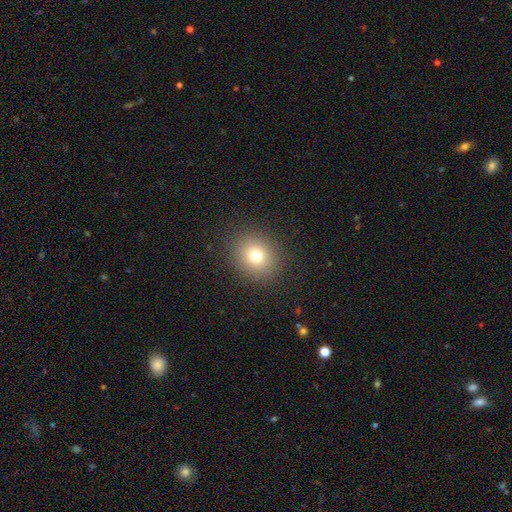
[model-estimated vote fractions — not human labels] This appears to be a smooth galaxy with no disk features (76%) that is round (77%). Merging: none (89%).